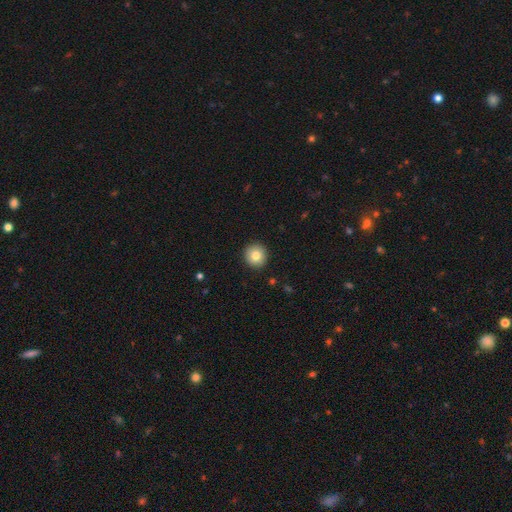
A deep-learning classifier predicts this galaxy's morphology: Overall: smooth (82%). How rounded: round (94%). Merging: none (92%).